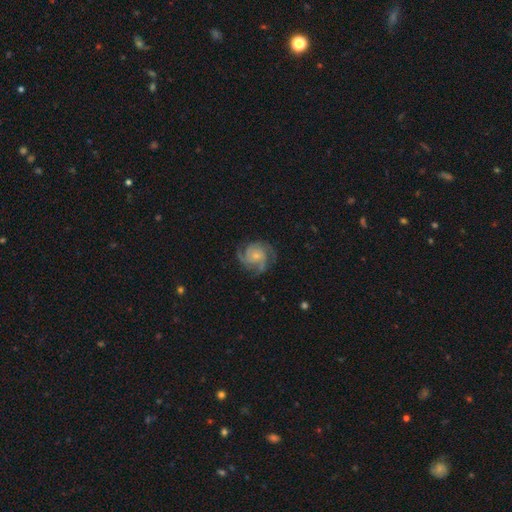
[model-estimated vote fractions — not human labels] Smooth or featured? featured or disk (87%)
Edge-on disk? no (98%)
Bar? no (77%)
Spiral arms? yes (98%)
Spiral winding? tight (52%)
Spiral arm count? 3 (44%)
Bulge size? small (72%)
Merging? none (76%)